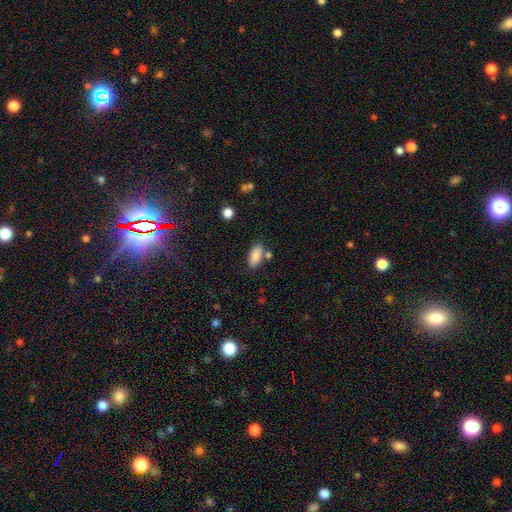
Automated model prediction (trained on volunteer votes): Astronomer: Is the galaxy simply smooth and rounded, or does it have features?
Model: smooth — 85%.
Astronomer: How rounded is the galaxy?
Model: in between — 86%.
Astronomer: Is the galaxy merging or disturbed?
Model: none — 74%.